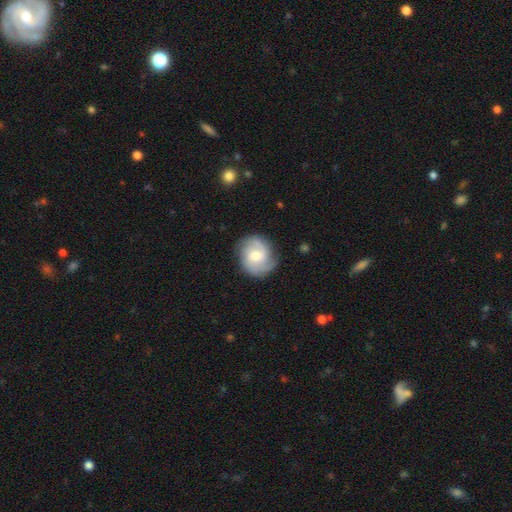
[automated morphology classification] Smooth or featured: featured or disk — 71% (smooth — 22%)
Edge-on disk: no — 98% (yes — 2%)
Bar: no — 51% (weak — 42%)
Spiral arms: yes — 94% (no — 6%)
Spiral winding: medium — 46% (tight — 37%)
Spiral arm count: 2 — 65% (3 — 15%)
Bulge size: moderate — 53% (small — 39%)
Merging: none — 79% (minor disturbance — 15%)